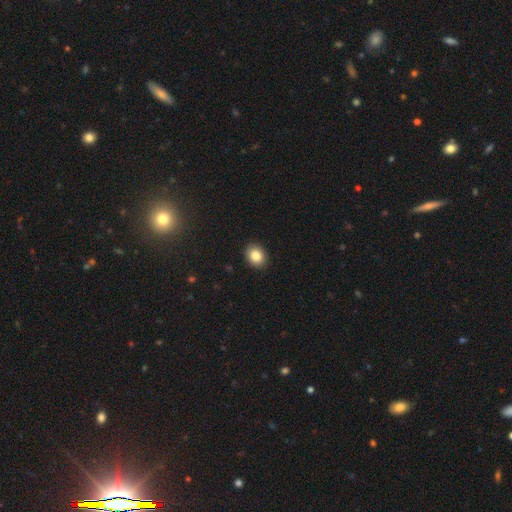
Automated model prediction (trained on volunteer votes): smooth 86%, star or artifact 9%, featured or disk 6%. Down the decision tree: how rounded — round (51%); merging — none (90%).